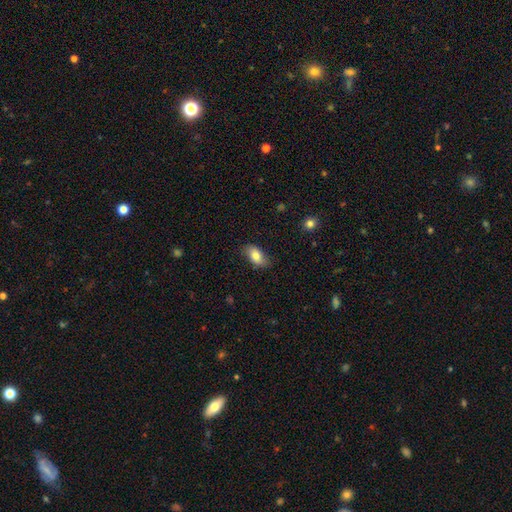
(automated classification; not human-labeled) Smooth or featured: smooth — 81% (featured or disk — 12%)
How rounded: in between — 91% (round — 6%)
Merging: none — 76% (minor disturbance — 19%)